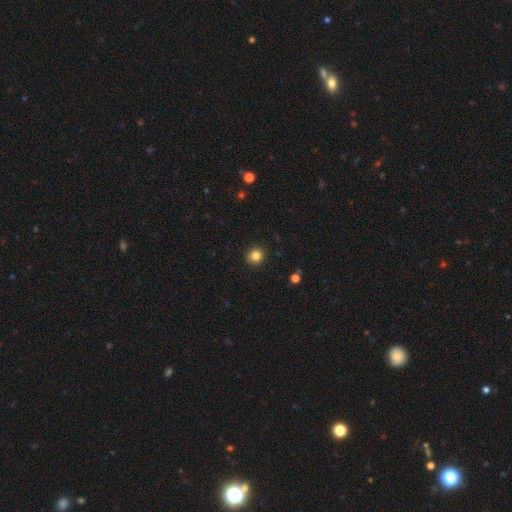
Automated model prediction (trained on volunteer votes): smooth-or-featured: smooth: 84% | star or artifact: 11% | featured or disk: 5%
  how-rounded: round: 90% | in between: 9% | cigar-shaped: 1%
  merging: none: 91% | minor disturbance: 6% | major disturbance: 2% | merger: 1%